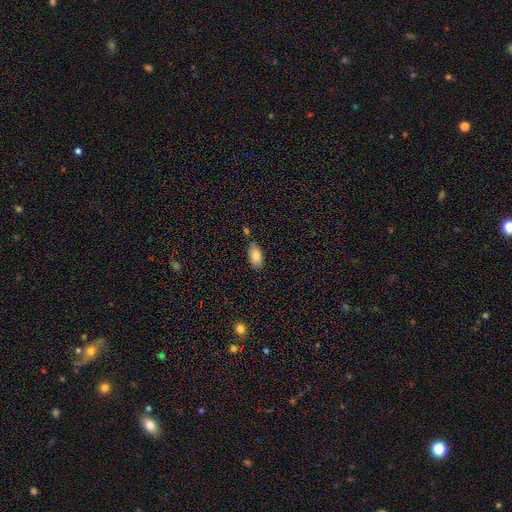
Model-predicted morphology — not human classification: A smooth galaxy with no disk features (81%) that is in between round and cigar-shaped (90%).

Vote fractions:
- Smooth or featured? smooth: 81% / featured or disk: 12% / star or artifact: 7%
- How rounded? in between: 90% / cigar-shaped: 7% / round: 3%
- Merging? none: 74% / minor disturbance: 17% / merger: 6% / major disturbance: 3%